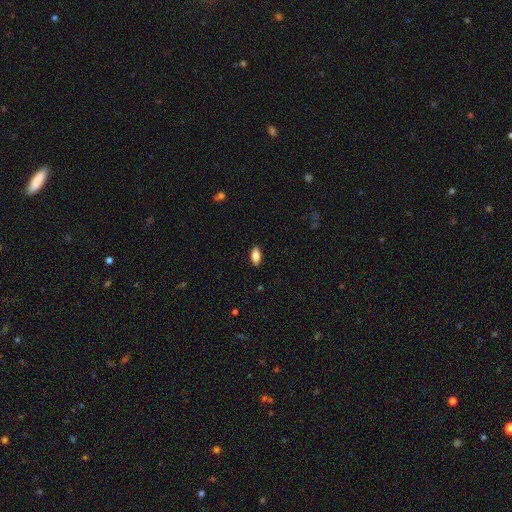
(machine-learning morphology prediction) type=smooth (82%); roundness=in between (88%); merging=none (89%).